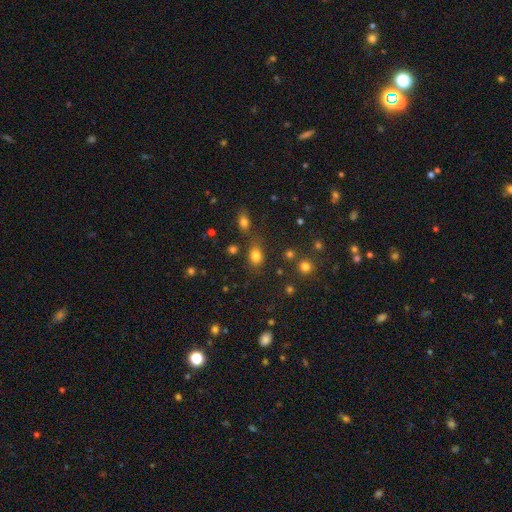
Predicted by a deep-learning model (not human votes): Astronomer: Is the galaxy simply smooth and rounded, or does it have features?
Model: smooth — 79%.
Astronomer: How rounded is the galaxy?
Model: in between — 67%.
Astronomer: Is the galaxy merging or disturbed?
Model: none — 68%.